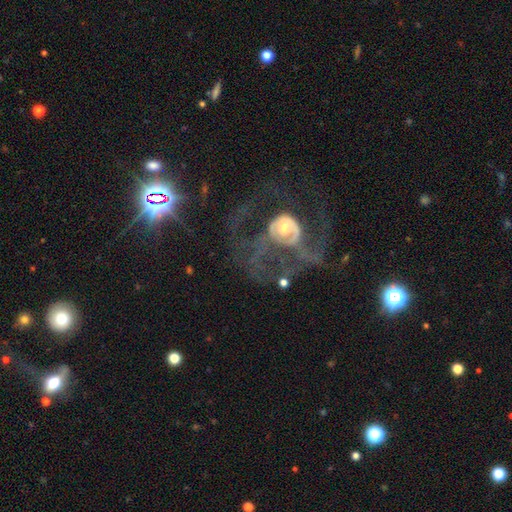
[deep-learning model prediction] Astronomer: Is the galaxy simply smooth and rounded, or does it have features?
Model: featured or disk — 74%.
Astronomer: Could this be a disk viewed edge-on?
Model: no — 97%.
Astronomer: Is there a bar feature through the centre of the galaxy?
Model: no — 66%.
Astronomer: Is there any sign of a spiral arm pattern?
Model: yes — 74%.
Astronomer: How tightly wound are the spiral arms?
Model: medium — 44% (runner-up: loose, 34%).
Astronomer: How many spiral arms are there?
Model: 2 — 42% (runner-up: can't tell, 25%).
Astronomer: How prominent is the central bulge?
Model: moderate — 45% (runner-up: small, 33%).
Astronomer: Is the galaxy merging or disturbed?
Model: none — 41% (runner-up: major disturbance, 40%).